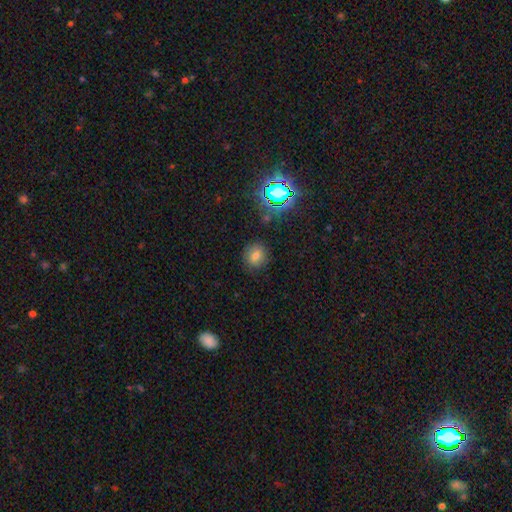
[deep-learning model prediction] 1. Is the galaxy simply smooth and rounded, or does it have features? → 70% smooth, 20% star or artifact, 10% featured or disk.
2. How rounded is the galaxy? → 81% round, 18% in between, 1% cigar-shaped.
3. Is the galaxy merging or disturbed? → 86% none, 9% minor disturbance, 3% major disturbance, 2% merger.